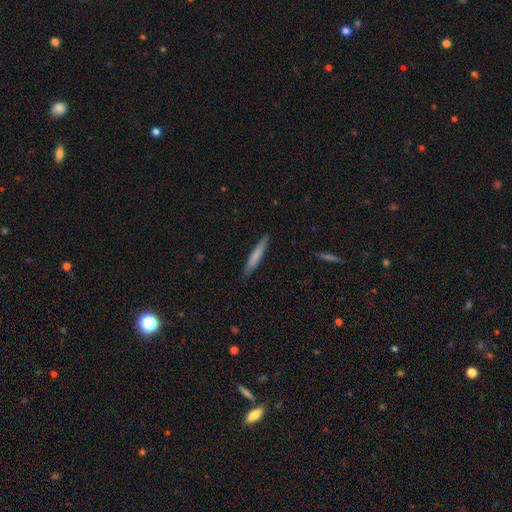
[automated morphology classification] smooth_or_featured: smooth (p=0.74) [alt: featured or disk p=0.21]
how_rounded: cigar-shaped (p=0.94) [alt: in between p=0.05]
merging: none (p=0.89) [alt: minor disturbance p=0.09]